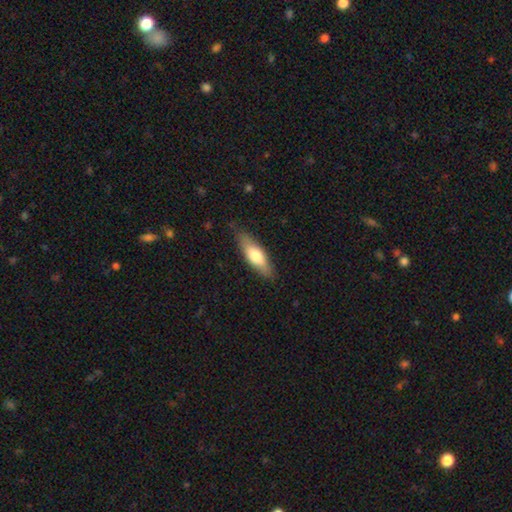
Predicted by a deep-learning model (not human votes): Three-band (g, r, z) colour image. It shows a smooth galaxy with no disk features (66%) that is in between round and cigar-shaped (52%). Merging: none (83%).